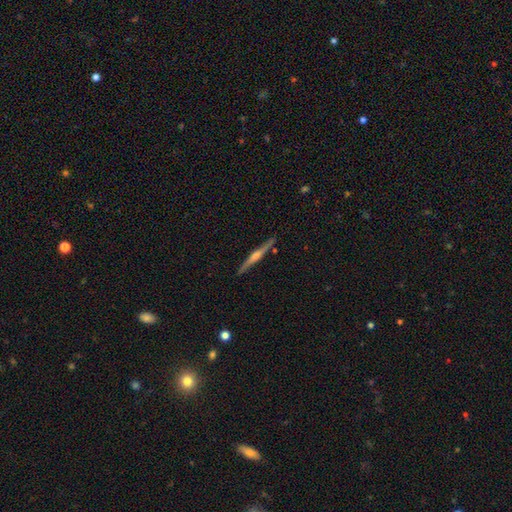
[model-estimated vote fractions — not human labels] Smooth or featured? Predicted: featured or disk (p=0.81). Edge-on disk? Predicted: yes (p=0.98). Edge-on bulge? Predicted: rounded (p=0.84). Merging? Predicted: none (p=0.91).